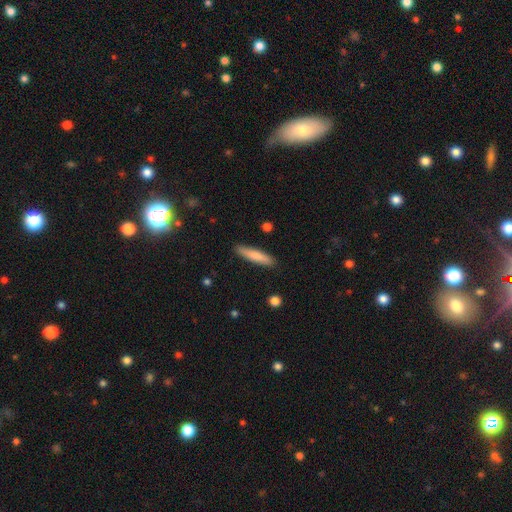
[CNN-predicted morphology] Smooth or featured? Predicted: smooth (p=0.77). How rounded? Predicted: cigar-shaped (p=0.86). Merging? Predicted: none (p=0.89).